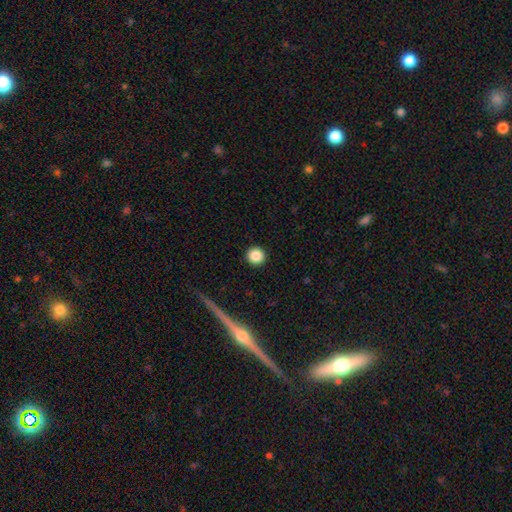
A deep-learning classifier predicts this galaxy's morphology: This appears to be a smooth galaxy with no disk features (85%) that is round (95%). Merging: none (93%).